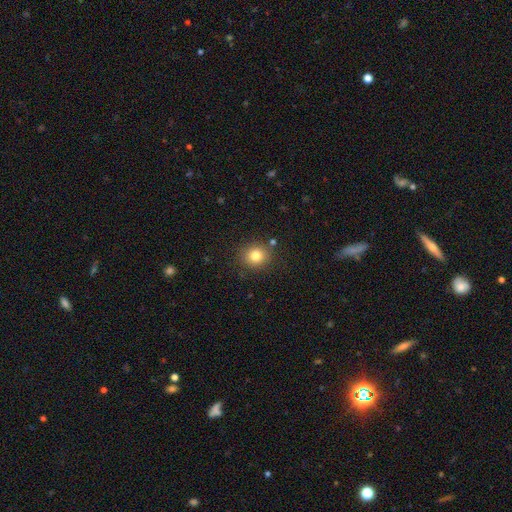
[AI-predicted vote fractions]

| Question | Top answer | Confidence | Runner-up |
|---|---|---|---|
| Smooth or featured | smooth | 80% | star or artifact (12%) |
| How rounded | round | 85% | in between (14%) |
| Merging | none | 86% | minor disturbance (8%) |